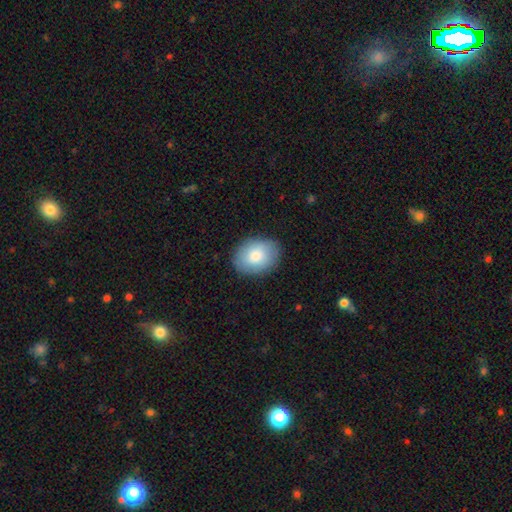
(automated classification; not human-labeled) This appears to be a smooth galaxy with no disk features (82%) that is in between round and cigar-shaped (69%). Merging: none (85%).